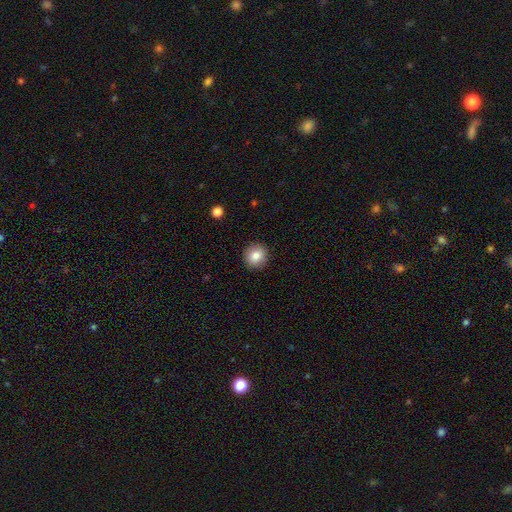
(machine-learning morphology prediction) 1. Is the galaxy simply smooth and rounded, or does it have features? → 83% smooth, 9% star or artifact, 8% featured or disk.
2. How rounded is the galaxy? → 92% round, 7% in between, 1% cigar-shaped.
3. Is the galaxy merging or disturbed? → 92% none, 6% minor disturbance, 2% major disturbance, 1% merger.